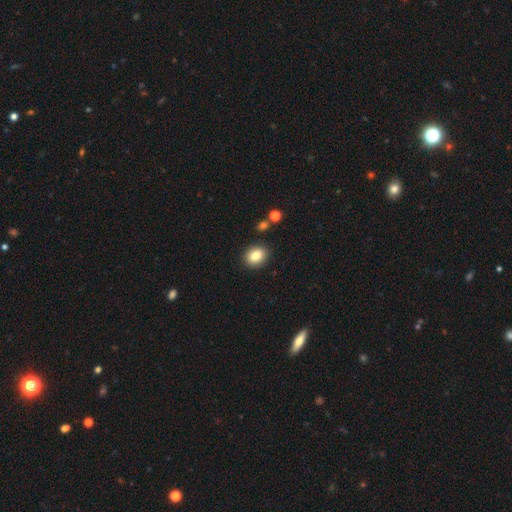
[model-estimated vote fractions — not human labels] The model was most divided on "how rounded": in between: 55%, round: 44%, cigar-shaped: 1%. More confident: merging — none (88%); smooth or featured — smooth (83%).